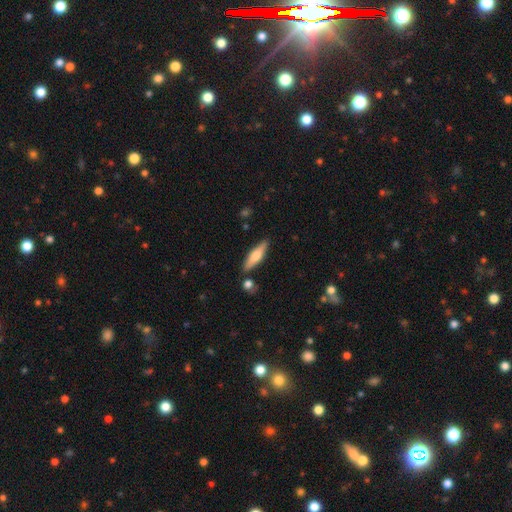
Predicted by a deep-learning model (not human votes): Smooth or featured?
  - smooth: 51% *
  - featured or disk: 43%
  - star or artifact: 6%
How rounded?
  - cigar-shaped: 68% *
  - in between: 30%
  - round: 2%
Merging?
  - none: 83% *
  - minor disturbance: 10%
  - merger: 4%
  - major disturbance: 2%